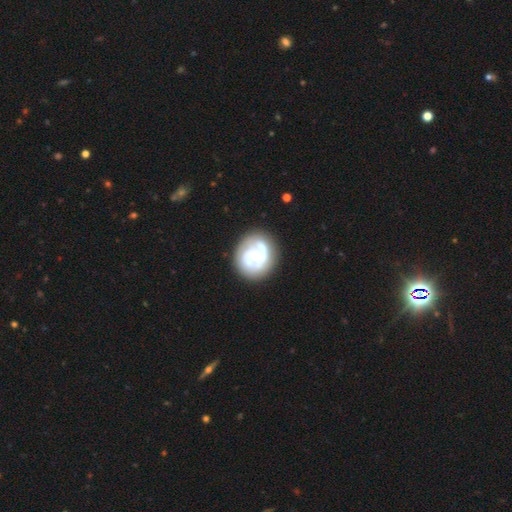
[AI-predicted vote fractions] Smooth or featured?
  - featured or disk: 68% *
  - smooth: 27%
  - star or artifact: 5%
Edge-on disk?
  - no: 98% *
  - yes: 2%
Bar?
  - no: 75% *
  - weak: 18%
  - strong: 7%
Spiral arms?
  - no: 50% * (tied)
  - yes: 50% * (tied)
Bulge size?
  - small: 49% *
  - moderate: 42%
  - large: 4%
  - none: 4%
  - dominant: 2%
Merging?
  - none: 66% *
  - minor disturbance: 19%
  - major disturbance: 10%
  - merger: 4%